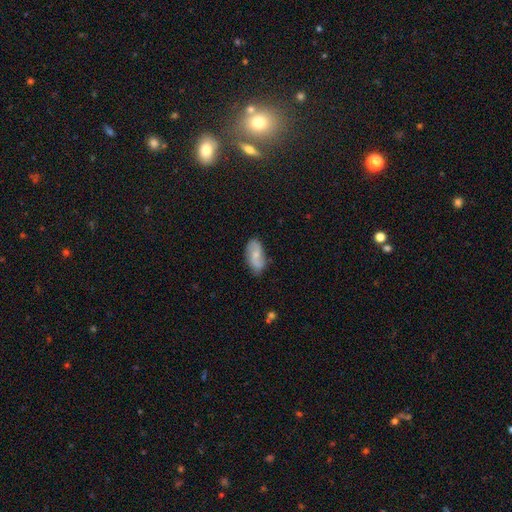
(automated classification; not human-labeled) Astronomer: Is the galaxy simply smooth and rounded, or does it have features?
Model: featured or disk — 55% (runner-up: smooth, 39%).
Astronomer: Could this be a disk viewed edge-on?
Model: no — 95%.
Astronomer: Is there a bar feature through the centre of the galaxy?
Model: no — 53% (runner-up: weak, 38%).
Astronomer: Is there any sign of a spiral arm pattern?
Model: yes — 89%.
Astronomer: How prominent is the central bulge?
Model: small — 49% (runner-up: moderate, 37%).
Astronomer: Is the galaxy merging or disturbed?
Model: none — 73%.